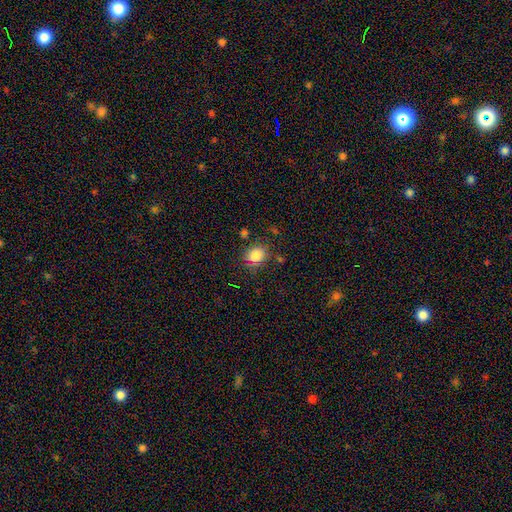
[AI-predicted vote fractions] This appears to be a smooth galaxy with no disk features (81%) that is round (59%). Merging: none (78%).